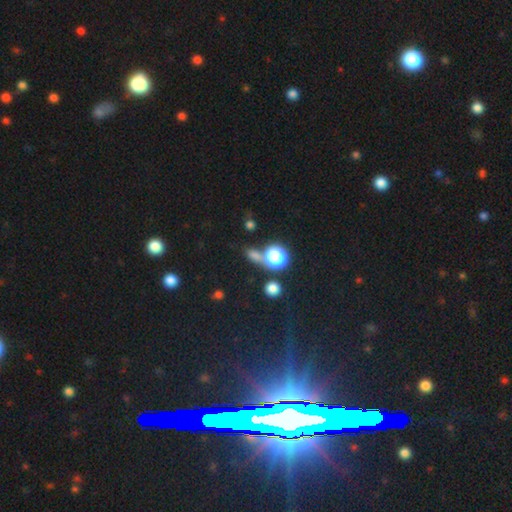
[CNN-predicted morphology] Overall: smooth (59%; star or artifact 33%). How rounded: round (51%; in between 42%). Merging: none (63%).